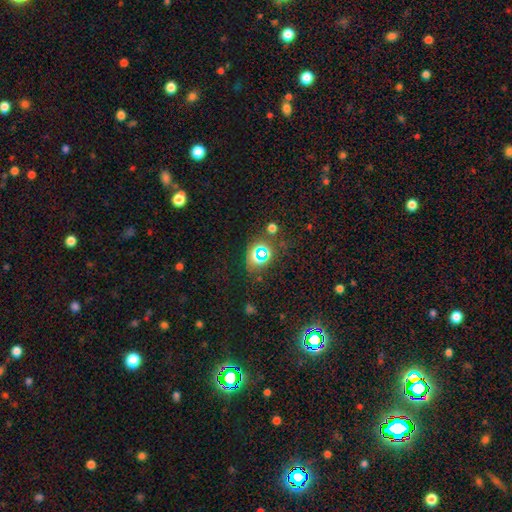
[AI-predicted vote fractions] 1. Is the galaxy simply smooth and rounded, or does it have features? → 59% star or artifact, 30% smooth, 12% featured or disk.